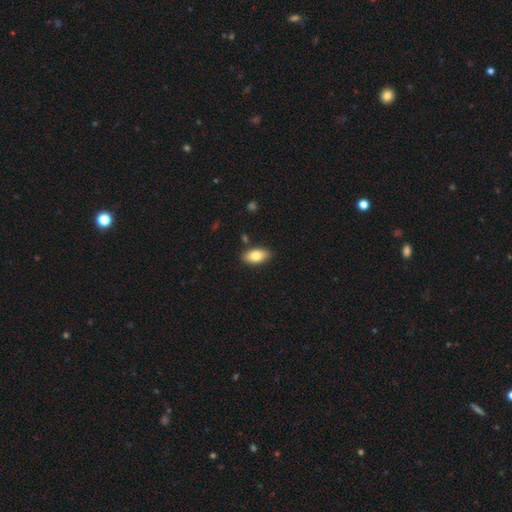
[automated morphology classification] Q: Smooth or featured?
A: smooth (81%); runner-up: featured or disk (12%)
Q: How rounded?
A: in between (91%); runner-up: cigar-shaped (5%)
Q: Merging?
A: none (86%); runner-up: minor disturbance (10%)